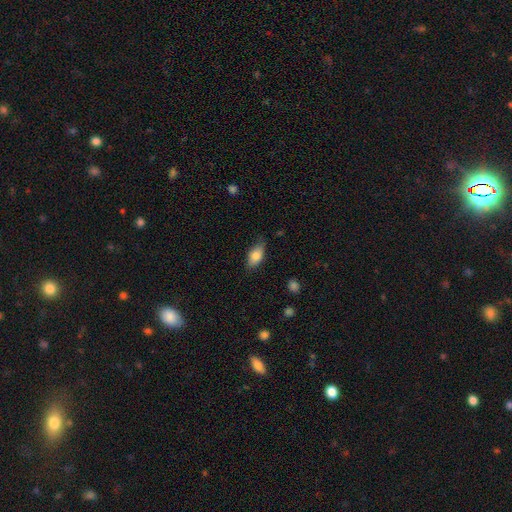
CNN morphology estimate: This appears to be a smooth galaxy with no disk features (79%) that is in between round and cigar-shaped (88%). Merging: none (75%).